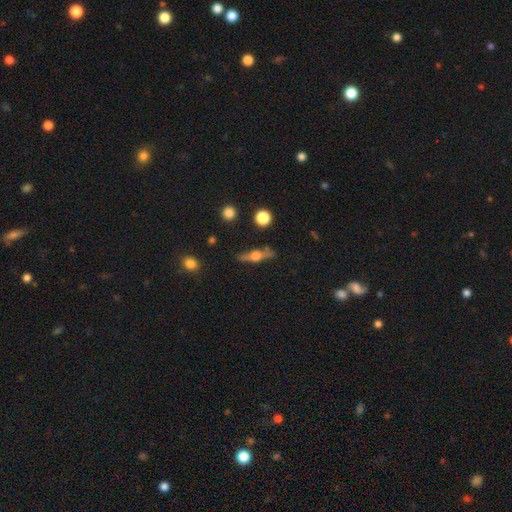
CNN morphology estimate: Smooth or featured?
  - featured or disk: 64% *
  - smooth: 29%
  - star or artifact: 8%
Edge-on disk?
  - yes: 93% *
  - no: 7%
Edge-on bulge?
  - rounded: 91% *
  - boxy: 6%
  - none: 2%
Merging?
  - none: 80% *
  - minor disturbance: 13%
  - major disturbance: 4%
  - merger: 3%